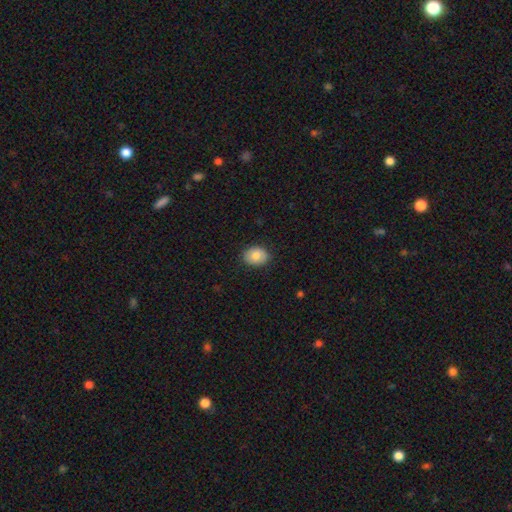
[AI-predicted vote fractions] Overall: smooth (82%). How rounded: in between (59%; round 40%). Merging: none (87%).